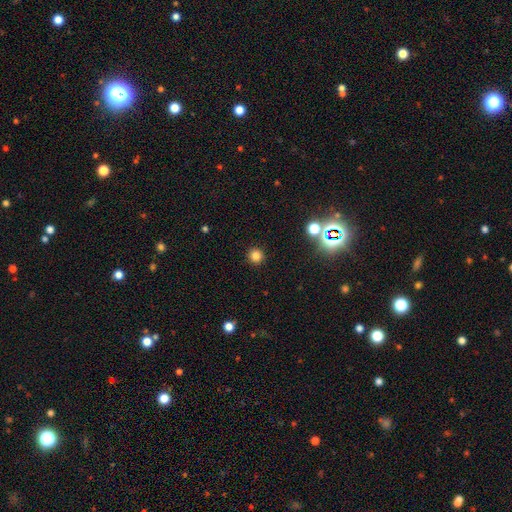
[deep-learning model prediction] A smooth galaxy with no disk features (80%) that is round (95%).

Vote fractions:
- Smooth or featured? smooth: 80% / star or artifact: 16% / featured or disk: 5%
- How rounded? round: 95% / in between: 4% / cigar-shaped: 1%
- Merging? none: 92% / minor disturbance: 5% / major disturbance: 2% / merger: 2%